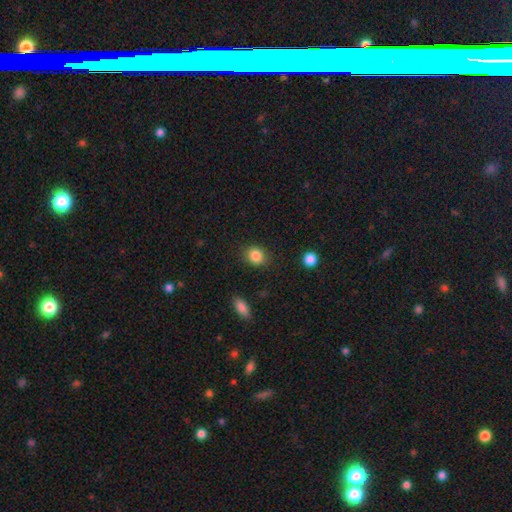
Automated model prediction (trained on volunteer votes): A smooth galaxy with no disk features (85%) that is round (69%). Merging: none (87%).